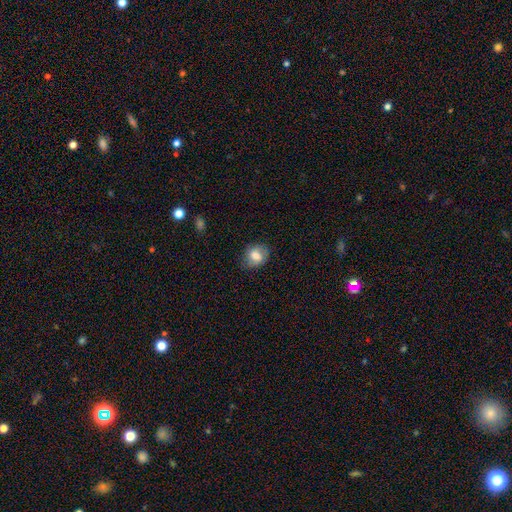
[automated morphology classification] Smooth or featured? smooth (74%)
How rounded? round (51%)
Merging? none (76%)